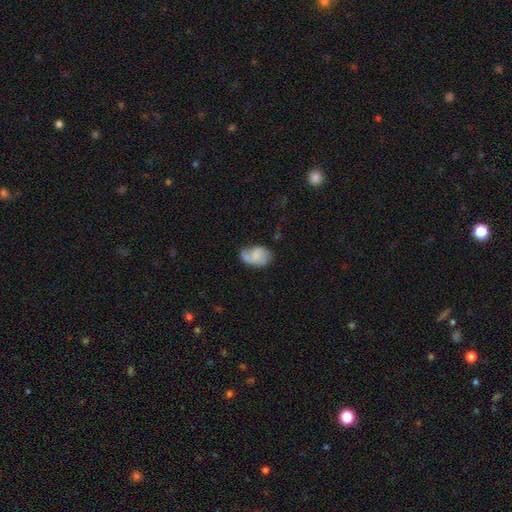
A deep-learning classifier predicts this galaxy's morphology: A smooth galaxy with no disk features (52%) that is in between round and cigar-shaped (86%). Merging: none (46%).